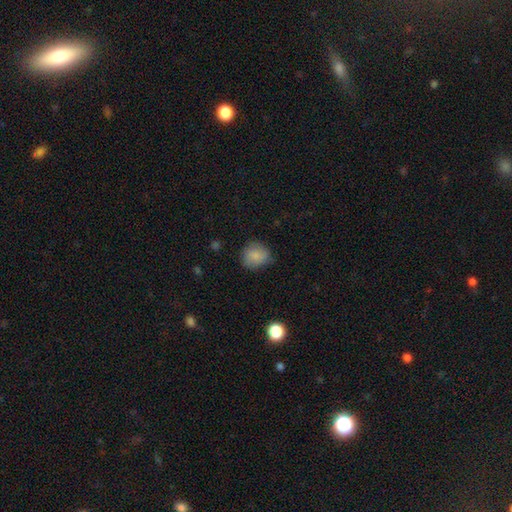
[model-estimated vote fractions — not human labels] Smooth or featured: smooth — 83% (featured or disk — 8%)
How rounded: round — 80% (in between — 19%)
Merging: none — 75% (minor disturbance — 19%)